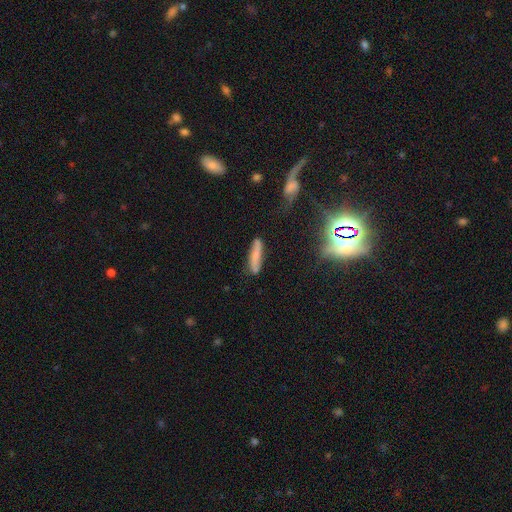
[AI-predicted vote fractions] Overall: smooth (66%). How rounded: cigar-shaped (79%). Merging: none (75%).